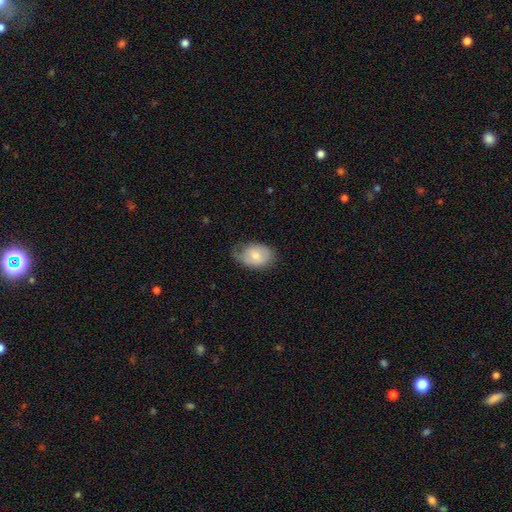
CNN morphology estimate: A smooth galaxy with no disk features (67%) that is in between round and cigar-shaped (78%). Merging: none (51%).